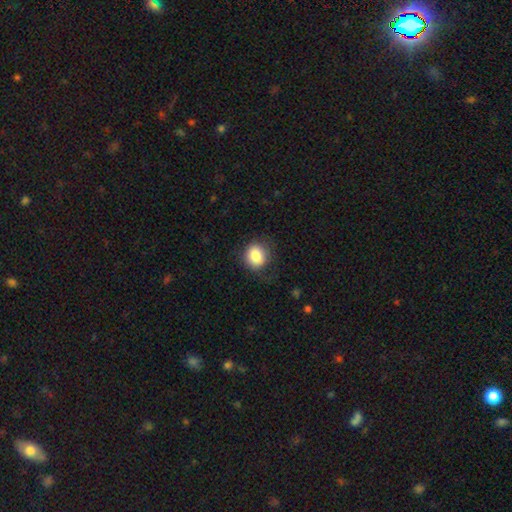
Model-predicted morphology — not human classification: type=smooth (85%); roundness=round (74%); merging=none (76%).